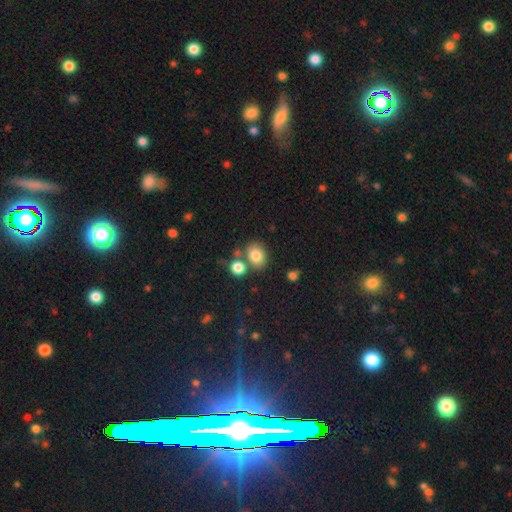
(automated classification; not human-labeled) Smooth or featured? Predicted: smooth (p=0.81). How rounded? Predicted: round (p=0.52). Merging? Predicted: none (p=0.62).